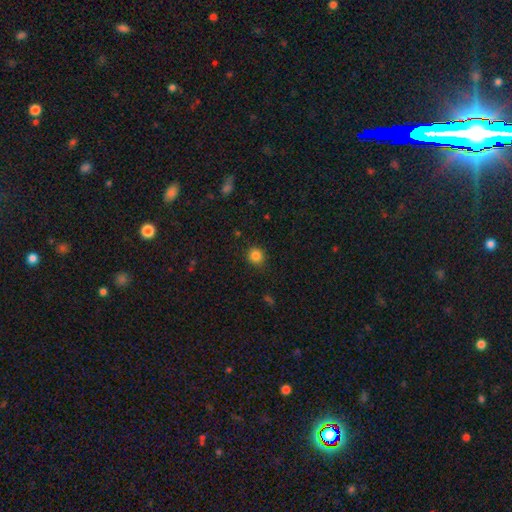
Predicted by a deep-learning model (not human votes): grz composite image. It shows a smooth galaxy with no disk features (84%) that is round (88%). Merging: none (88%).